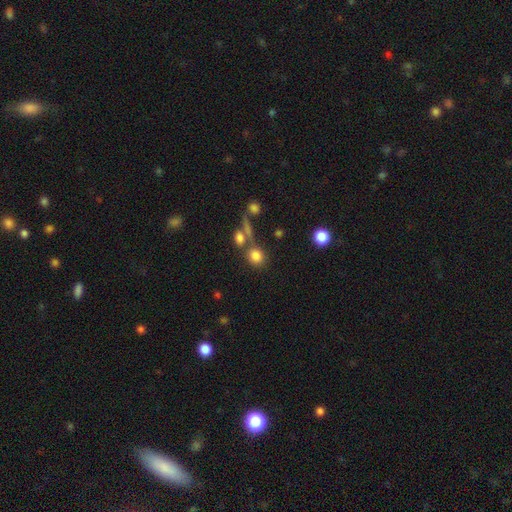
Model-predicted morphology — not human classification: This appears to be a smooth galaxy with no disk features (81%) that is round (73%). Merging: none (60%).